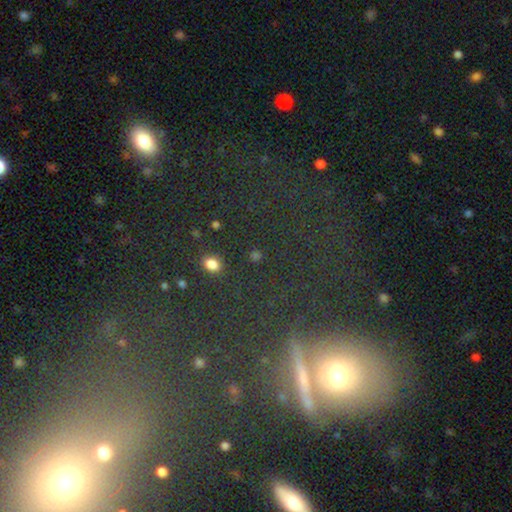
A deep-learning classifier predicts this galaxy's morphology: Smooth or featured? smooth (54%)
How rounded? round (64%)
Merging? none (86%)